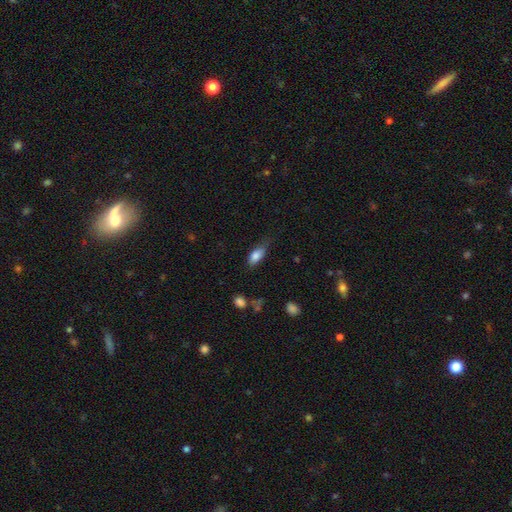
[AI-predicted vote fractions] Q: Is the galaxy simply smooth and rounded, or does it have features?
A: smooth — 81%.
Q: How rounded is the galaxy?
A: in between — 82%.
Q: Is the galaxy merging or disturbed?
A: none — 57%.